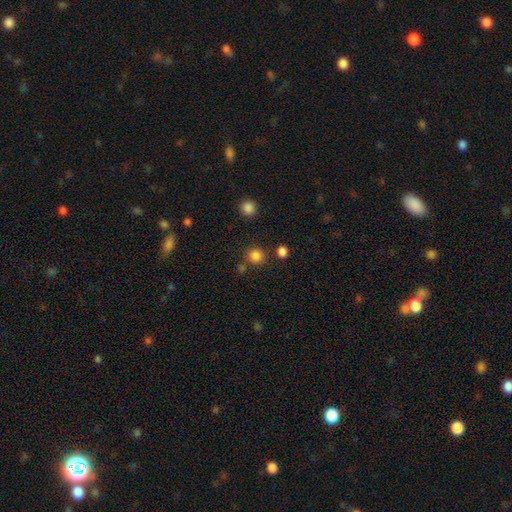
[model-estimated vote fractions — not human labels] This appears to be a smooth galaxy with no disk features (82%) that is round (91%). Merging: none (81%).